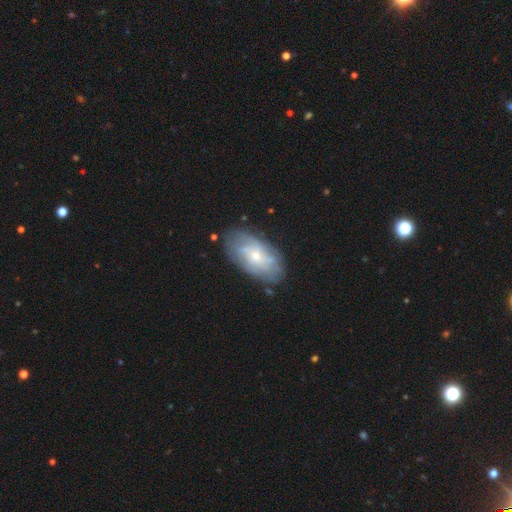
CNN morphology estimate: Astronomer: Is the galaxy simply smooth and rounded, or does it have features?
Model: featured or disk — 60%.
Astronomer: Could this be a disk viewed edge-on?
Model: no — 92%.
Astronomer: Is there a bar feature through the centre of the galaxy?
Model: no — 75%.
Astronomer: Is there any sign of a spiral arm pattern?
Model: yes — 67%.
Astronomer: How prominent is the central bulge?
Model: small — 68%.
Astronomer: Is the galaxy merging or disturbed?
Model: none — 76%.